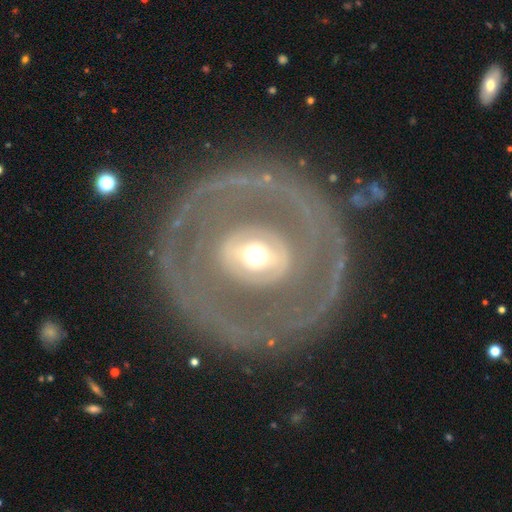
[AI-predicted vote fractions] Smooth or featured?
  - featured or disk: 79% *
  - smooth: 15%
  - star or artifact: 6%
Edge-on disk?
  - no: 95% *
  - yes: 5%
Bar?
  - no: 48% *
  - weak: 27%
  - strong: 25%
Spiral arms?
  - yes: 66% *
  - no: 34%
Bulge size?
  - moderate: 58% *
  - large: 22%
  - small: 15%
  - dominant: 3%
  - none: 1%
Merging?
  - none: 76% *
  - minor disturbance: 11%
  - major disturbance: 11%
  - merger: 2%